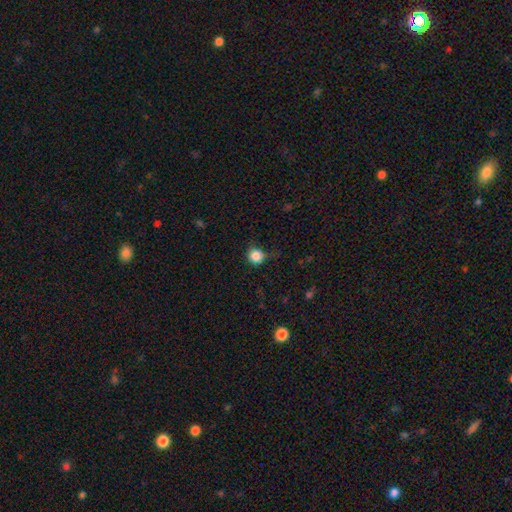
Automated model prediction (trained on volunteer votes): Morphology: type=smooth (84%); roundness=round (89%); merging=none (63%).